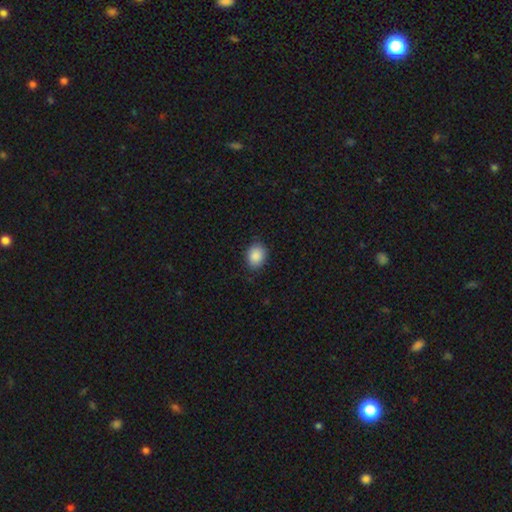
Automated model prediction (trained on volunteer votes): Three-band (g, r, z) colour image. It shows a smooth galaxy with no disk features (89%) that is in between round and cigar-shaped (60%). Merging: none (85%).